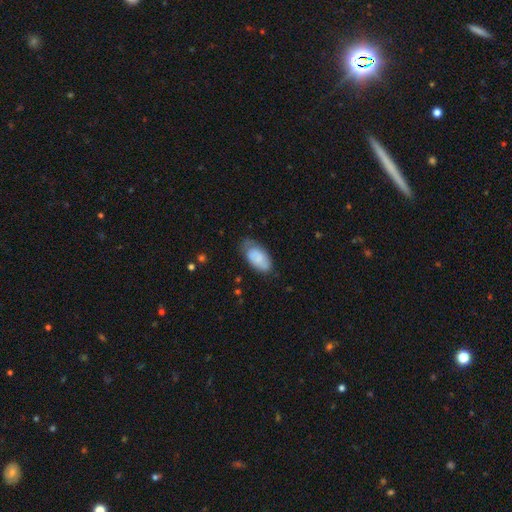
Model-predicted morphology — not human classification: Smooth or featured: smooth — 68% (featured or disk — 25%)
How rounded: in between — 94% (cigar-shaped — 3%)
Merging: none — 61% (minor disturbance — 29%)